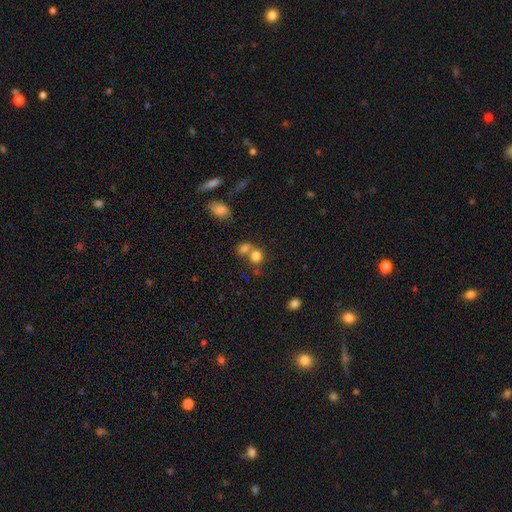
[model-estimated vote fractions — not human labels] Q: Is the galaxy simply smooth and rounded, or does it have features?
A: smooth — 79%.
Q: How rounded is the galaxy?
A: round — 74%.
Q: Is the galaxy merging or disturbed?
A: merger — 45%.